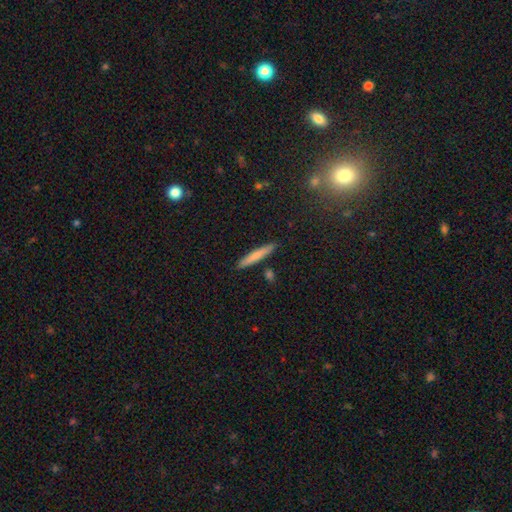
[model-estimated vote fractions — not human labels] This is likely a smooth galaxy (72%). How rounded: clearly cigar-shaped (94%). Merging: clearly none (88%).